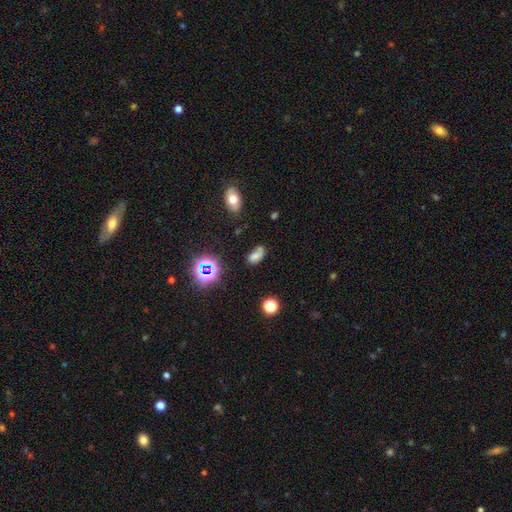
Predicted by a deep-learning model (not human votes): The model was most divided on "merging": none: 47%, minor disturbance: 24%, merger: 16%, major disturbance: 13%. More confident: how rounded — in between (86%); smooth or featured — smooth (61%).